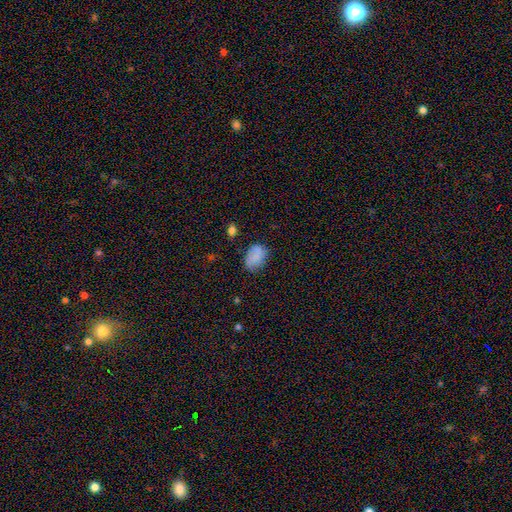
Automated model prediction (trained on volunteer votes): The model was most divided on "merging": none: 67%, minor disturbance: 23%, major disturbance: 6%, merger: 4%. More confident: how rounded — in between (84%); smooth or featured — smooth (81%).